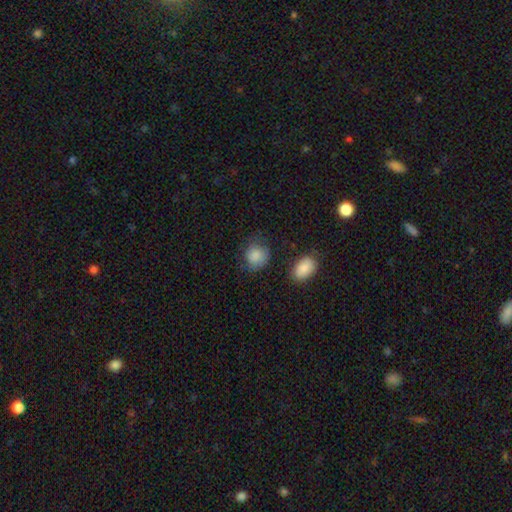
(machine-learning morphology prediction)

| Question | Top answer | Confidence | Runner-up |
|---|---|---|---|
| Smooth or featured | smooth | 84% | featured or disk (9%) |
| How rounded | round | 71% | in between (28%) |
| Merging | none | 62% | minor disturbance (25%) |